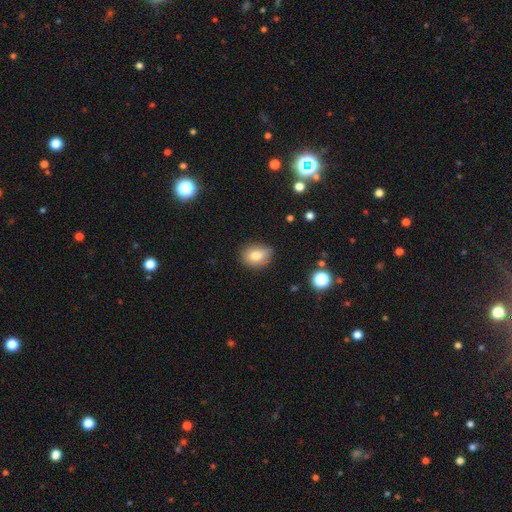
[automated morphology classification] This appears to be a smooth galaxy with no disk features (79%) that is in between round and cigar-shaped (58%). Merging: none (74%).